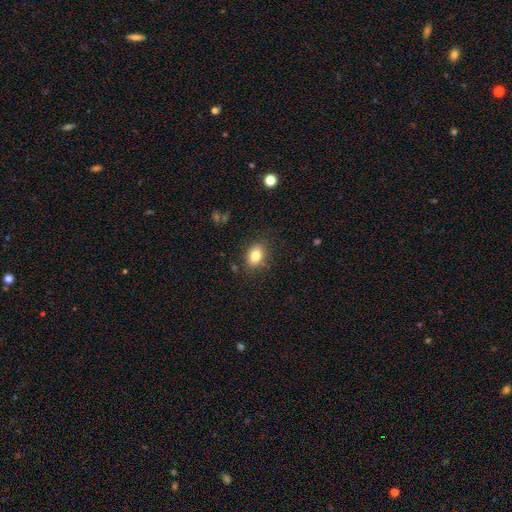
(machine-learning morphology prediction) This is clearly a smooth galaxy (81%). How rounded: likely in between (76%). Merging: clearly none (83%).